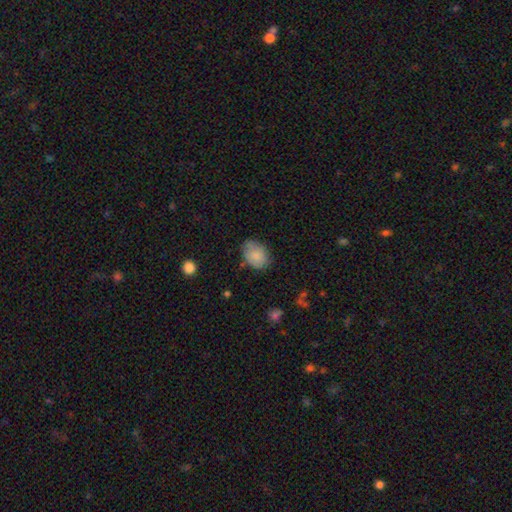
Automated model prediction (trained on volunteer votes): The model was most divided on "merging": none: 71%, minor disturbance: 22%, major disturbance: 5%, merger: 2%. More confident: smooth or featured — smooth (85%); how rounded — in between (74%).